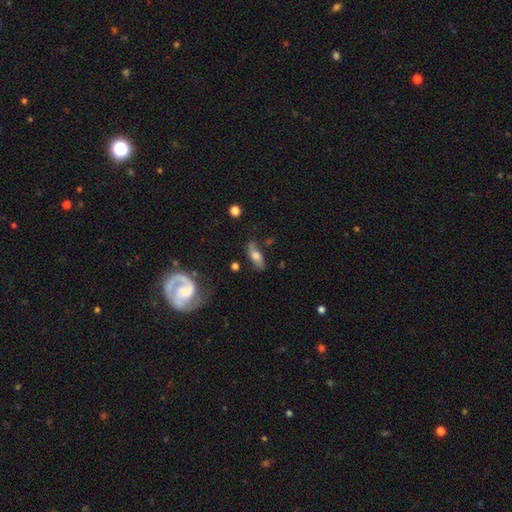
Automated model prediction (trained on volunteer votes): Smooth or featured? Predicted: smooth (p=0.57). How rounded? Predicted: in between (p=0.70). Merging? Predicted: none (p=0.65).